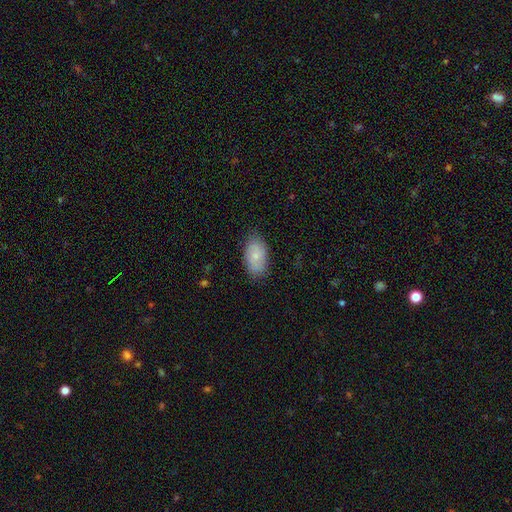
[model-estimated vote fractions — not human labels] smooth_or_featured: smooth (p=0.78) [alt: featured or disk p=0.16]
how_rounded: in between (p=0.93) [alt: round p=0.05]
merging: none (p=0.78) [alt: minor disturbance p=0.17]